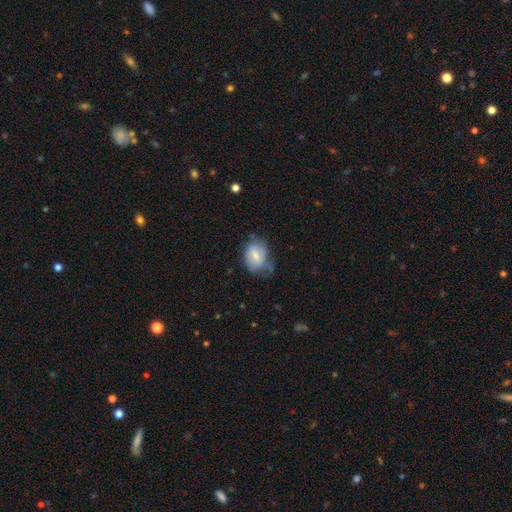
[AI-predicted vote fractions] Smooth or featured? smooth (57%)
How rounded? in between (66%)
Merging? none (45%)